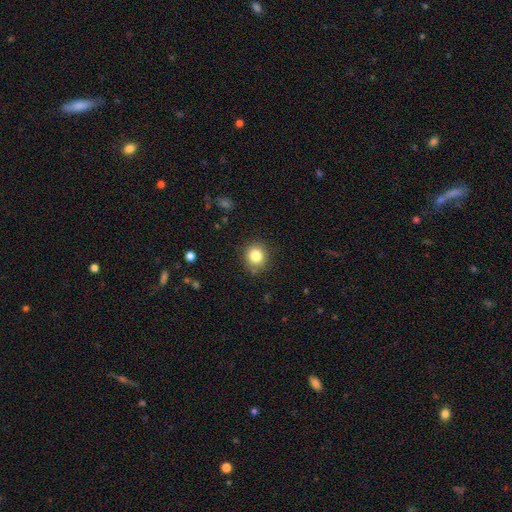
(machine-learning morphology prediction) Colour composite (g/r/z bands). It shows a smooth galaxy with no disk features (83%) that is round (84%). Merging: none (85%).